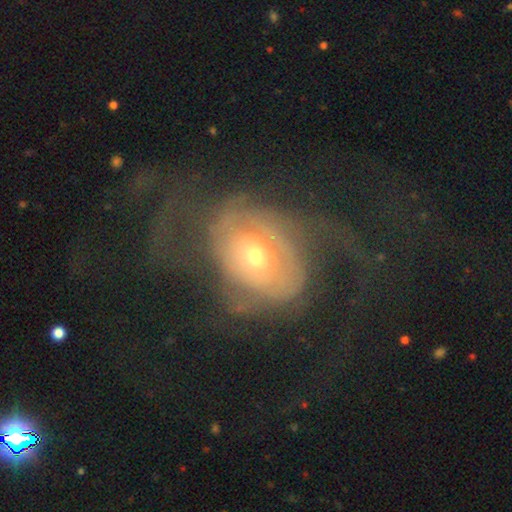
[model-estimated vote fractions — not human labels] Overall: featured or disk (73%). Edge-on disk: no (95%). Bar: no (76%). Spiral arms: yes (66%; no 34%). Bulge size: moderate (53%; small 41%). Merging: major disturbance (44%; none 38%).